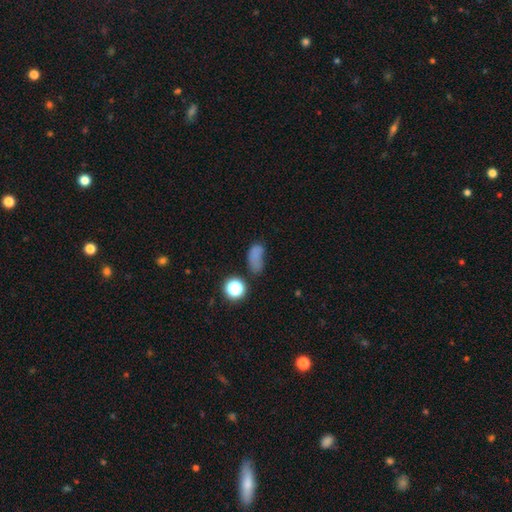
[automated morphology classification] Smooth or featured? smooth (68%)
How rounded? in between (79%)
Merging? none (45%)